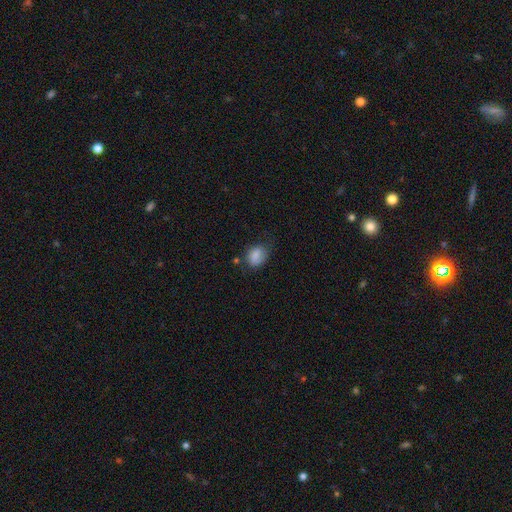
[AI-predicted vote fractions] Smooth or featured? Predicted: smooth (p=0.83). How rounded? Predicted: in between (p=0.62). Merging? Predicted: none (p=0.56).